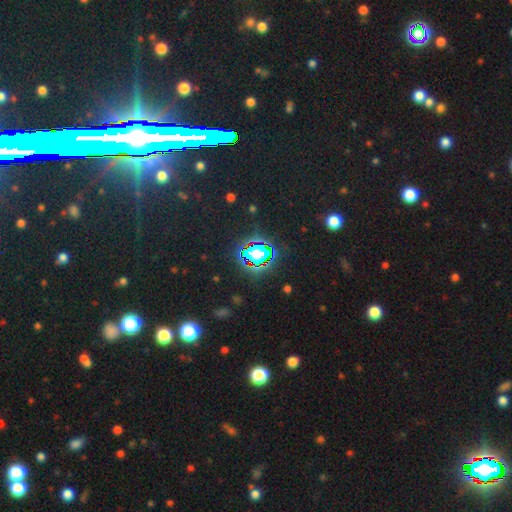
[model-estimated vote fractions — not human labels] smooth_or_featured: star or artifact (p=0.81) [alt: smooth p=0.10]